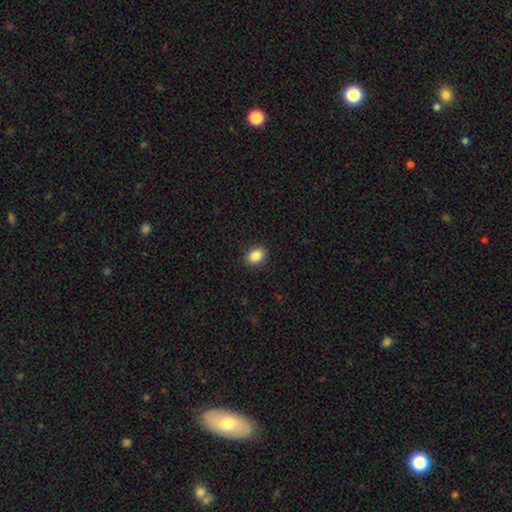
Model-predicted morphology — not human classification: smooth_or_featured: smooth (p=0.87) [alt: star or artifact p=0.09]
how_rounded: in between (p=0.69) [alt: round p=0.30]
merging: none (p=0.90) [alt: minor disturbance p=0.07]